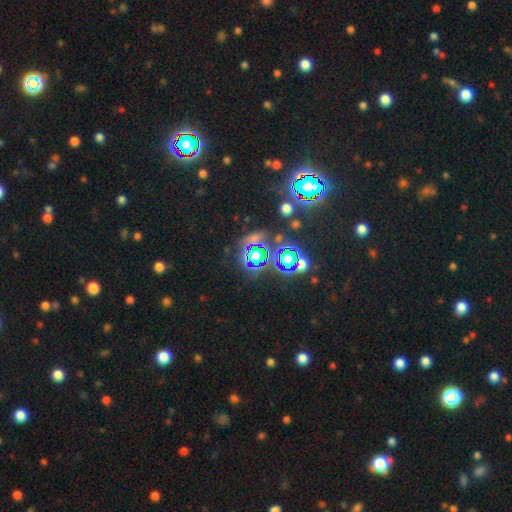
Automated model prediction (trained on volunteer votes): This is likely a star or artifact rather than a galaxy (65%).